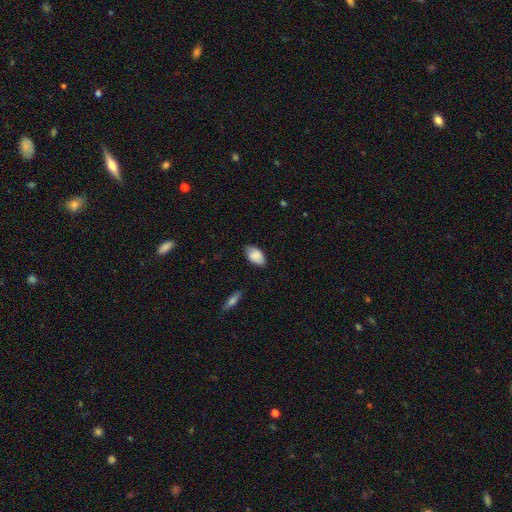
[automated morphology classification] smooth 79%, featured or disk 14%, star or artifact 7%. Down the decision tree: how rounded — in between (93%); merging — none (77%).